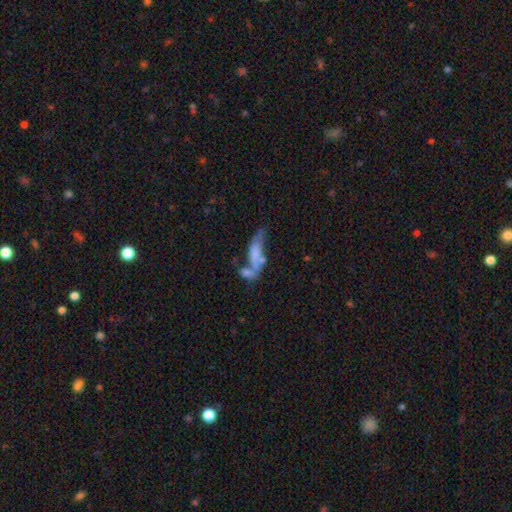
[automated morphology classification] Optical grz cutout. It shows a smooth galaxy with no disk features (57%) that is in between round and cigar-shaped (49%). Merging: merger (44%).